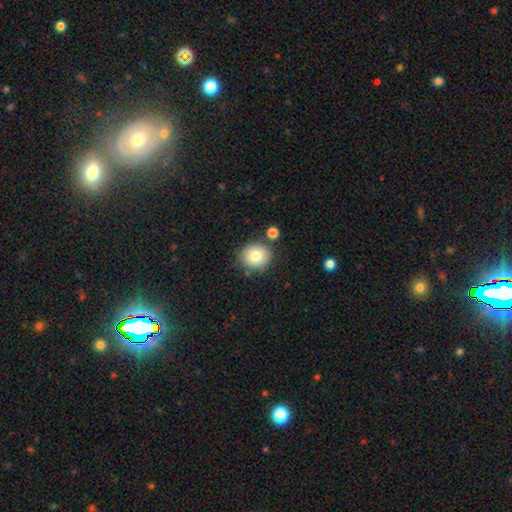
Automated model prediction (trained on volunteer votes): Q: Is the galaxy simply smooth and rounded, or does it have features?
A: smooth — 80%.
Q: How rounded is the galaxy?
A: round — 82%.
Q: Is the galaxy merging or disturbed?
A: none — 78%.